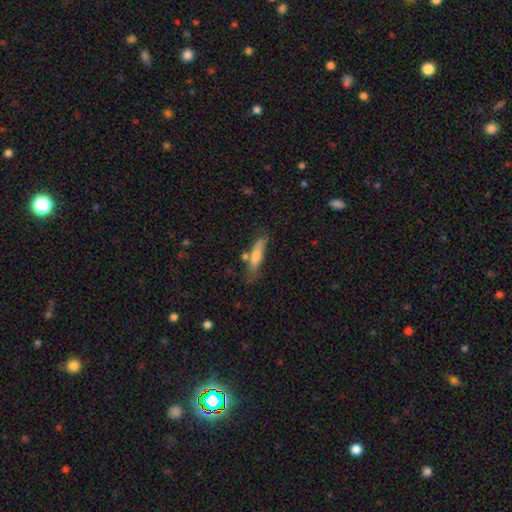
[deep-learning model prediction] Overall: smooth (69%). How rounded: cigar-shaped (78%). Merging: none (62%; minor disturbance 22%).